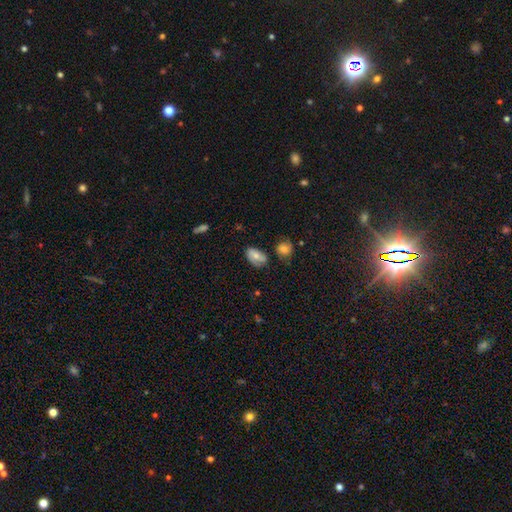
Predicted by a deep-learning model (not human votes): Morphology: type=smooth (60%); roundness=in between (87%); merging=none (57%).